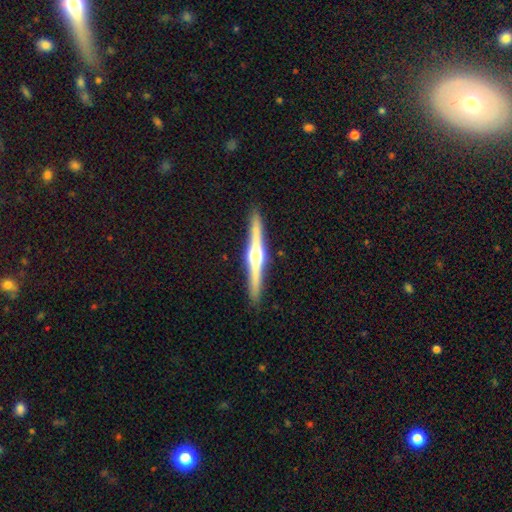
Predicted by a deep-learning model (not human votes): Morphology: type=featured or disk (78%); edge-on=yes (98%); edge-on bulge=rounded (93%); merging=none (91%).